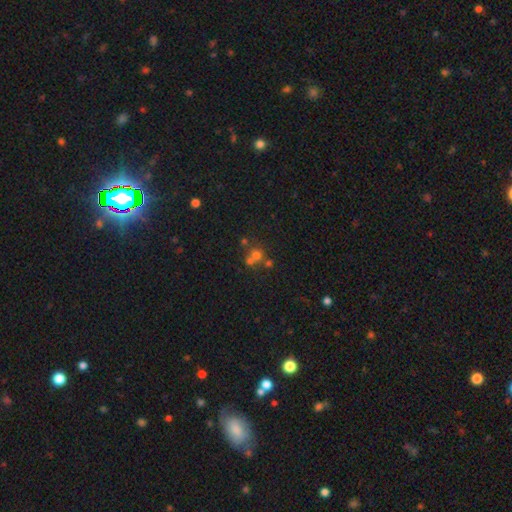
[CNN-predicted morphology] A smooth galaxy with no disk features (57%) that is round (88%).

Vote fractions:
- Smooth or featured? smooth: 57% / star or artifact: 26% / featured or disk: 17%
- How rounded? round: 88% / in between: 11% / cigar-shaped: 1%
- Merging? none: 49% / merger: 41% / minor disturbance: 7% / major disturbance: 4%